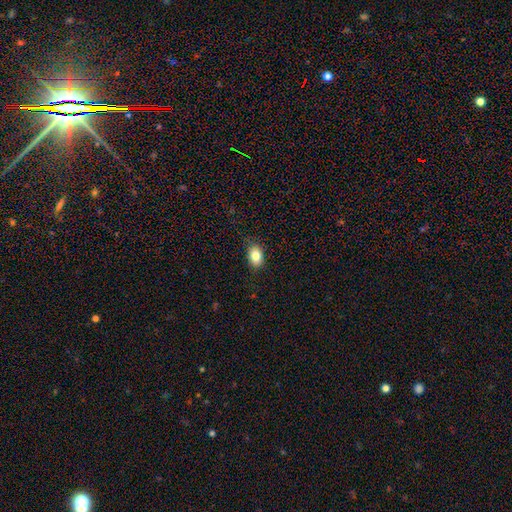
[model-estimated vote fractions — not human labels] A smooth galaxy with no disk features (83%) that is in between round and cigar-shaped (79%).

Vote fractions:
- Smooth or featured? smooth: 83% / star or artifact: 9% / featured or disk: 8%
- How rounded? in between: 79% / round: 20% / cigar-shaped: 1%
- Merging? none: 83% / minor disturbance: 14% / major disturbance: 3% / merger: 1%